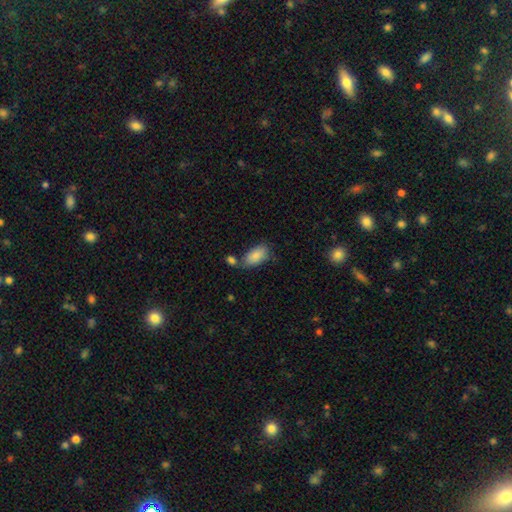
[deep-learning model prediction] Morphology: type=smooth (86%); roundness=in between (94%); merging=none (54%).